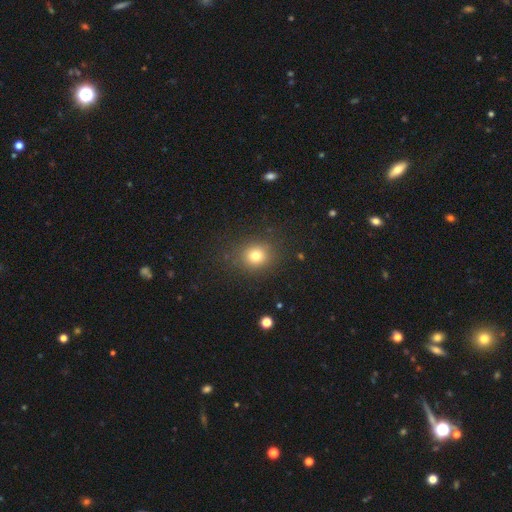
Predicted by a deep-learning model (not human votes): smooth 77%, star or artifact 15%, featured or disk 8%. Down the decision tree: how rounded — round (78%); merging — none (85%).